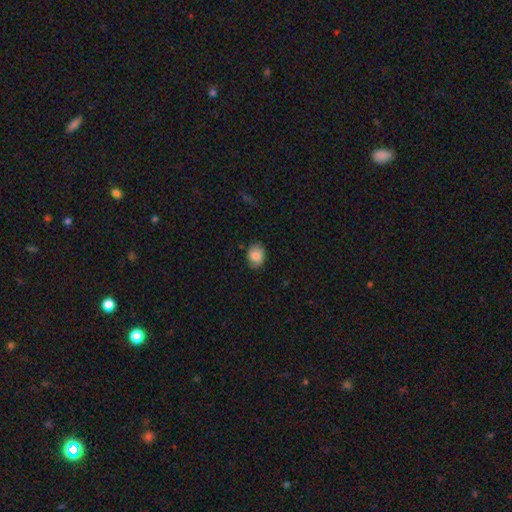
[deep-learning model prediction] Smooth or featured?
  - smooth: 82% *
  - featured or disk: 11%
  - star or artifact: 8%
How rounded?
  - in between: 53% *
  - round: 46%
  - cigar-shaped: 1%
Merging?
  - none: 76% *
  - minor disturbance: 19%
  - major disturbance: 4%
  - merger: 1%